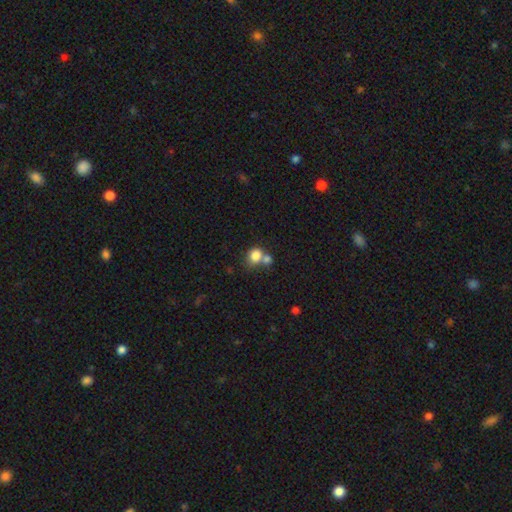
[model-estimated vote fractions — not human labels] Q: Smooth or featured?
A: smooth (81%); runner-up: star or artifact (10%)
Q: How rounded?
A: round (60%); runner-up: in between (39%)
Q: Merging?
A: merger (46%); runner-up: none (39%)